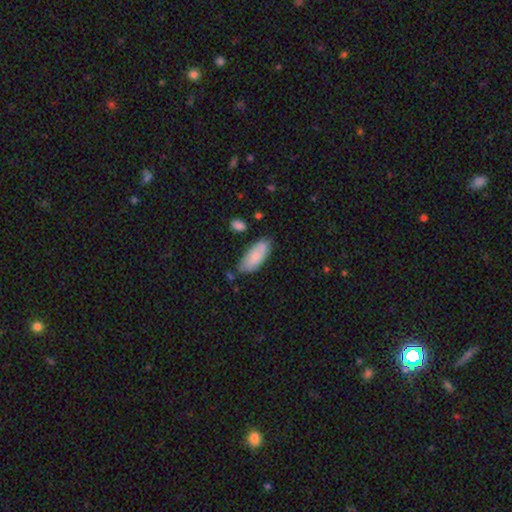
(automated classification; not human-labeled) Smooth or featured? Predicted: smooth (p=0.81). How rounded? Predicted: in between (p=0.83). Merging? Predicted: none (p=0.68).